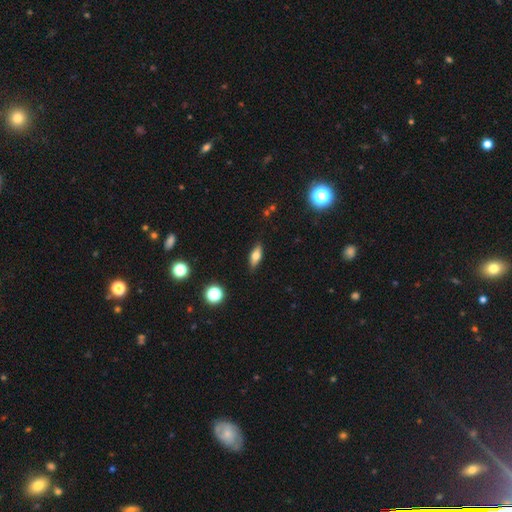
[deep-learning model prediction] Smooth or featured?
  - smooth: 67% *
  - featured or disk: 24%
  - star or artifact: 9%
How rounded?
  - in between: 70% *
  - cigar-shaped: 25%
  - round: 5%
Merging?
  - none: 87% *
  - minor disturbance: 10%
  - major disturbance: 2%
  - merger: 1%